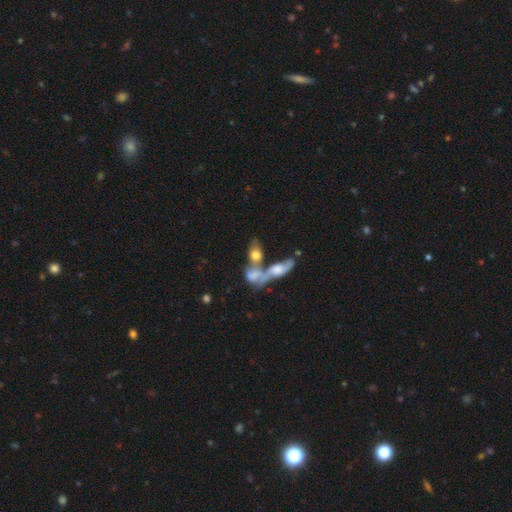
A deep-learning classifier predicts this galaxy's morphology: The model was most divided on "smooth or featured": smooth: 55%, featured or disk: 35%, star or artifact: 10%. More confident: how rounded — in between (78%); merging — merger (65%).